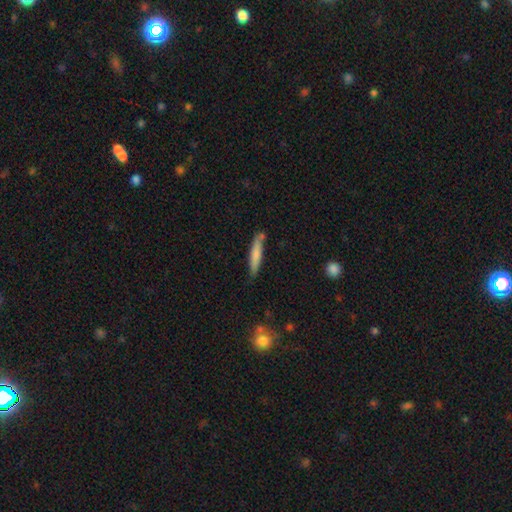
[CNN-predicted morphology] Smooth or featured? Predicted: smooth (p=0.75). How rounded? Predicted: cigar-shaped (p=0.89). Merging? Predicted: none (p=0.72).